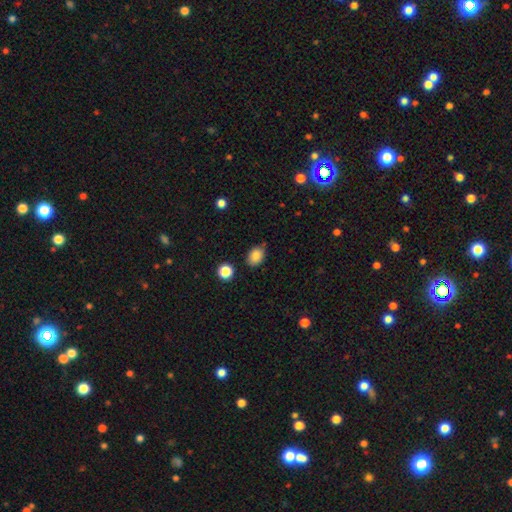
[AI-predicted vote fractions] Morphology: type=smooth (85%); roundness=in between (69%); merging=none (76%).